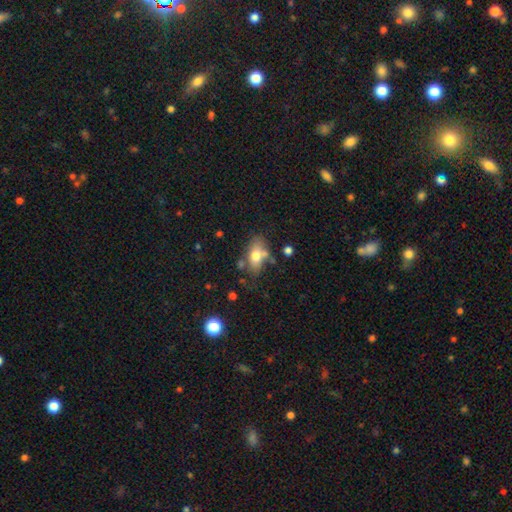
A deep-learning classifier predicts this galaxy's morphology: smooth-or-featured: smooth: 70% | featured or disk: 21% | star or artifact: 8%
  how-rounded: in between: 87% | round: 8% | cigar-shaped: 5%
  merging: none: 56% | minor disturbance: 21% | merger: 14% | major disturbance: 8%